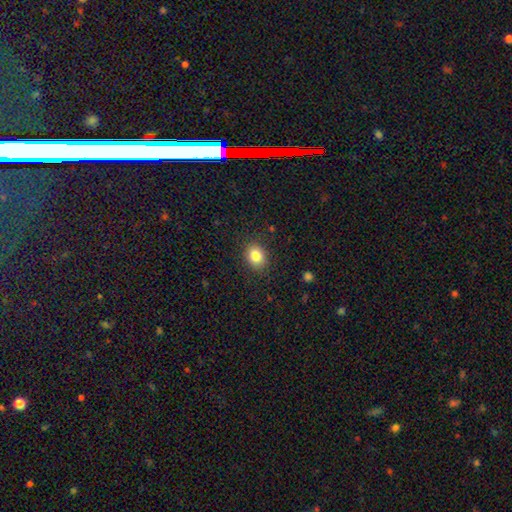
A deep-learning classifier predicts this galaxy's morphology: Q: Smooth or featured?
A: smooth (83%); runner-up: star or artifact (10%)
Q: How rounded?
A: round (55%); runner-up: in between (44%)
Q: Merging?
A: none (87%); runner-up: minor disturbance (9%)